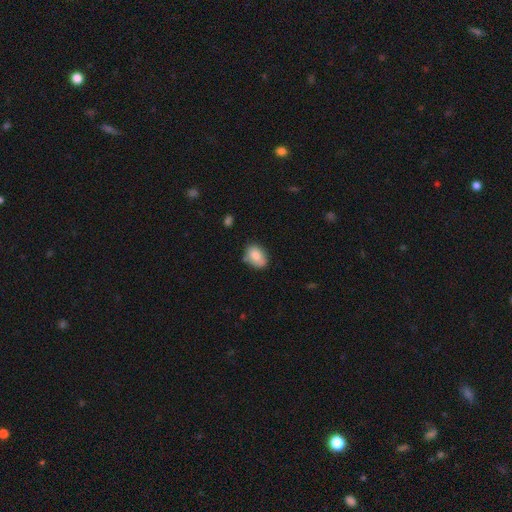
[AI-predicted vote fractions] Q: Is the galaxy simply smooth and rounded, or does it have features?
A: smooth — 78%.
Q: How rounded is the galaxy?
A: in between — 73%.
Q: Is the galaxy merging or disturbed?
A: none — 66%.